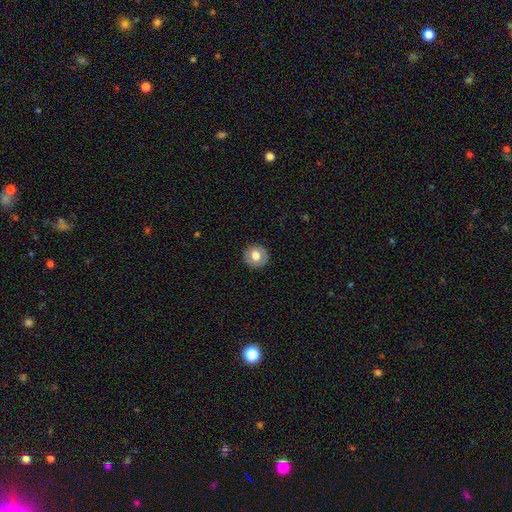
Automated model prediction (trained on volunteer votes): This appears to be a smooth galaxy with no disk features (69%) that is round (91%). Merging: none (89%).